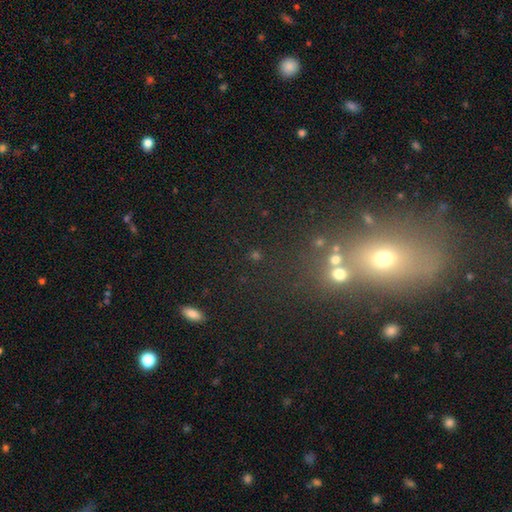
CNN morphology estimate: A smooth galaxy with no disk features (45%).

Vote fractions:
- Smooth or featured? smooth: 45% / star or artifact: 42% / featured or disk: 13%
- Merging? none: 76% / minor disturbance: 10% / merger: 9% / major disturbance: 5%